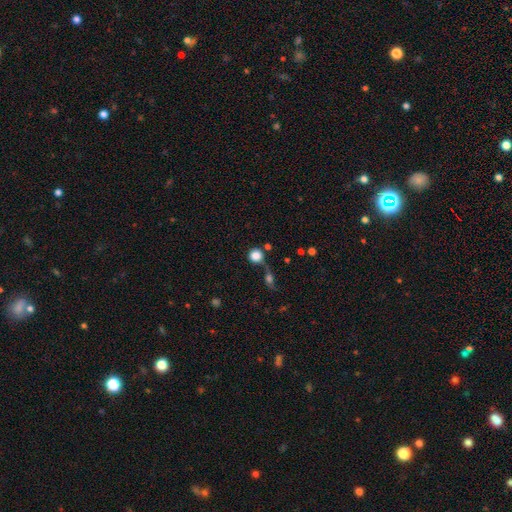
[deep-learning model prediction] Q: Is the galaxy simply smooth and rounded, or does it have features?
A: smooth — 83%.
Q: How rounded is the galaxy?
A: round — 92%.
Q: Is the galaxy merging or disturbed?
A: none — 58%.